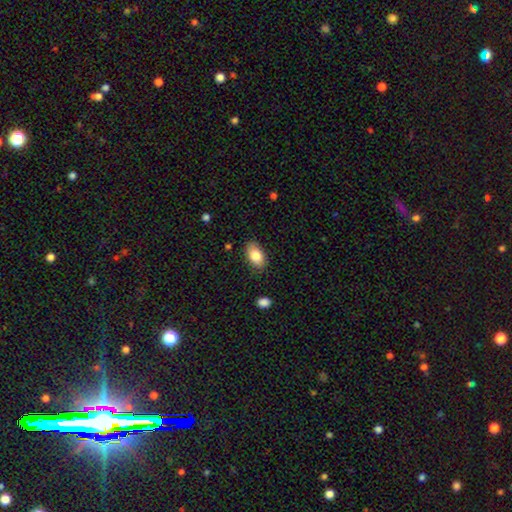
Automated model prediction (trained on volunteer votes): Smooth or featured? Predicted: smooth (p=0.83). How rounded? Predicted: in between (p=0.91). Merging? Predicted: none (p=0.82).